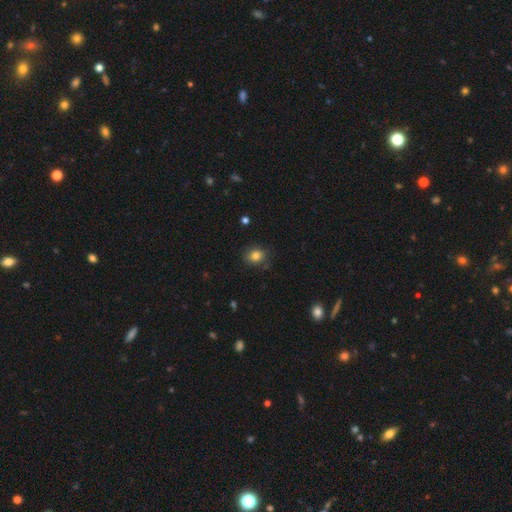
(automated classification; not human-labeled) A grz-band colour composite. It shows a smooth galaxy with no disk features (81%) that is round (66%). Merging: none (80%).